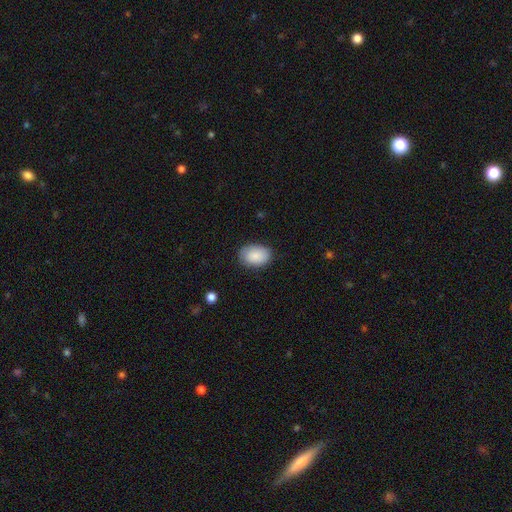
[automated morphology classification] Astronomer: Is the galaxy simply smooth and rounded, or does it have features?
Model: smooth — 86%.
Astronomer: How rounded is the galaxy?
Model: in between — 85%.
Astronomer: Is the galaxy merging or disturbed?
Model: none — 80%.